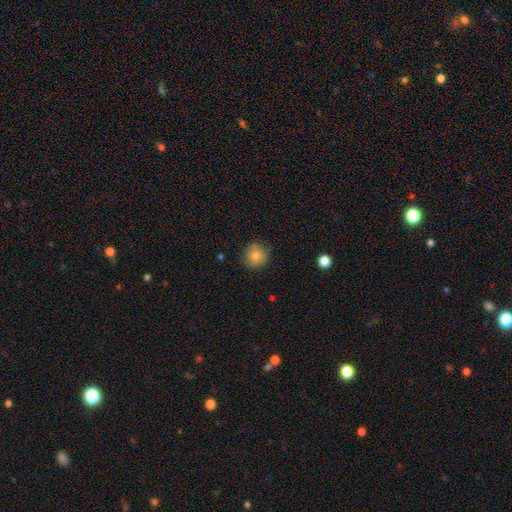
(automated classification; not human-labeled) Smooth or featured? Predicted: smooth (p=0.80). How rounded? Predicted: round (p=0.92). Merging? Predicted: none (p=0.86).